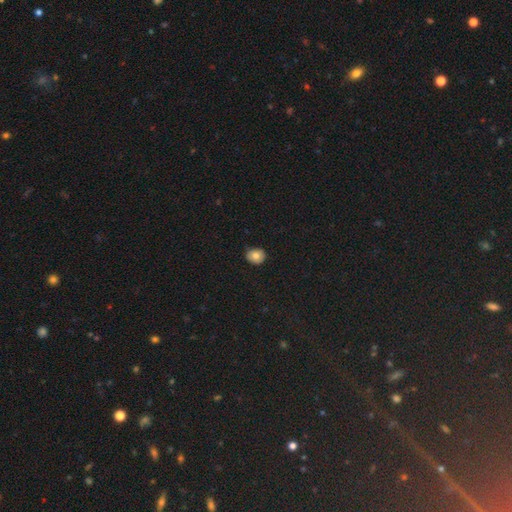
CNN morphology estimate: A smooth galaxy with no disk features (77%) that is round (68%). Merging: none (82%).